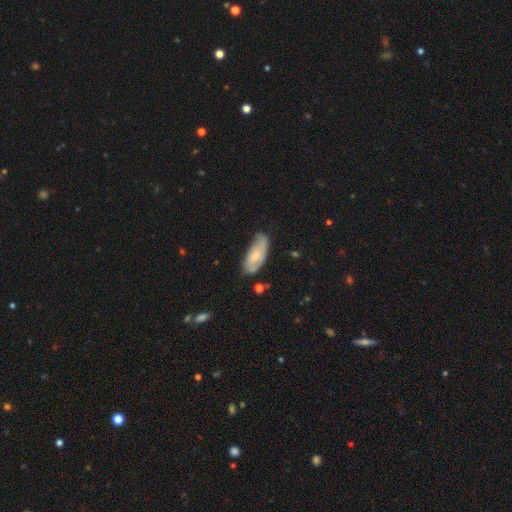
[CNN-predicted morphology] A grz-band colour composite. It shows a smooth galaxy with no disk features (56%) that is in between round and cigar-shaped (83%). Merging: none (53%).